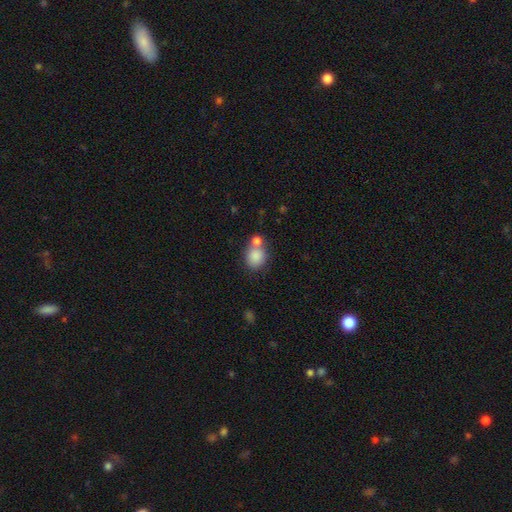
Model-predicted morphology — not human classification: Smooth or featured?
  - smooth: 84% *
  - star or artifact: 9%
  - featured or disk: 7%
How rounded?
  - round: 68% *
  - in between: 31%
  - cigar-shaped: 1%
Merging?
  - none: 52% *
  - merger: 32%
  - minor disturbance: 12%
  - major disturbance: 4%